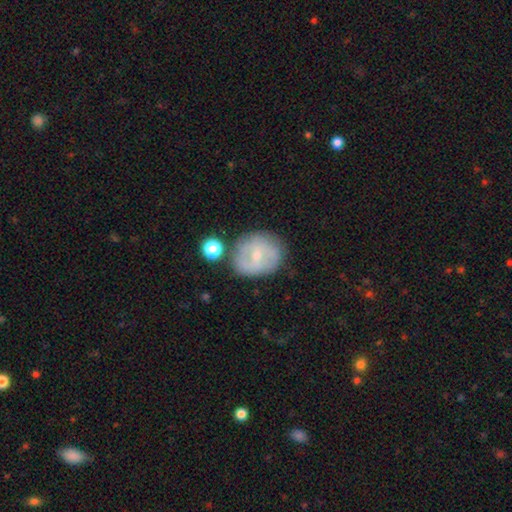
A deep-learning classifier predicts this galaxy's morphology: Smooth or featured?
  - smooth: 46% * (tied)
  - featured or disk: 46% * (tied)
  - star or artifact: 9%
Merging?
  - none: 67% *
  - minor disturbance: 19%
  - merger: 8%
  - major disturbance: 6%